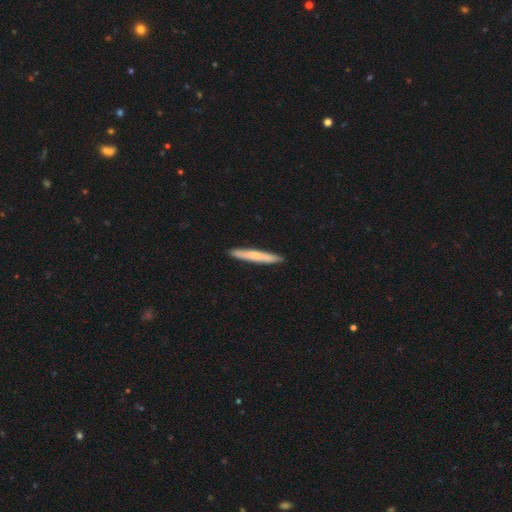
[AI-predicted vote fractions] smooth 62%, featured or disk 33%, star or artifact 5%. Down the decision tree: how rounded — cigar-shaped (96%); merging — none (92%).